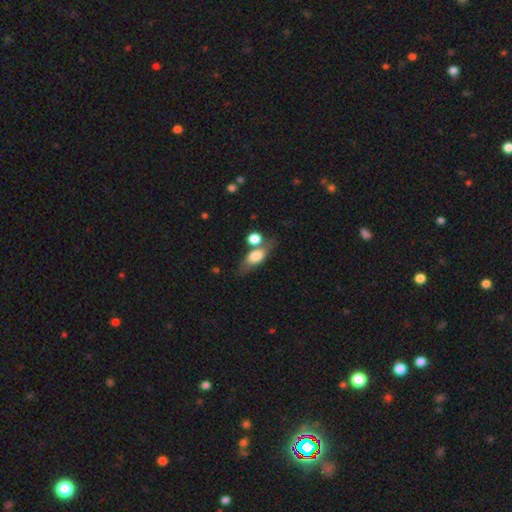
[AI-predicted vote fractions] Smooth or featured: smooth — 71% (featured or disk — 21%)
How rounded: in between — 74% (cigar-shaped — 15%)
Merging: none — 49% (merger — 27%)